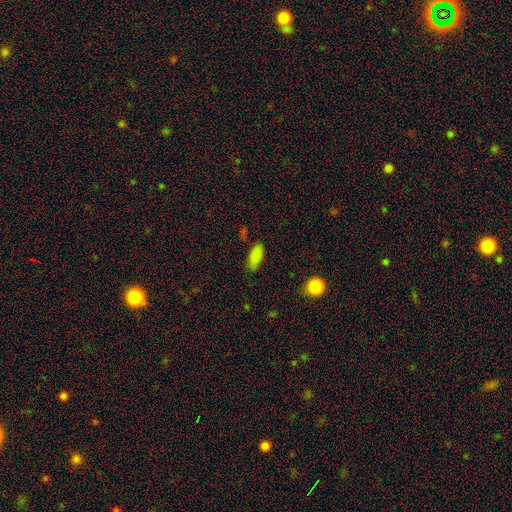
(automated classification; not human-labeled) Smooth or featured?
  - smooth: 84% *
  - star or artifact: 10%
  - featured or disk: 5%
How rounded?
  - in between: 87% *
  - cigar-shaped: 10%
  - round: 3%
Merging?
  - none: 80% *
  - minor disturbance: 14%
  - major disturbance: 3%
  - merger: 2%